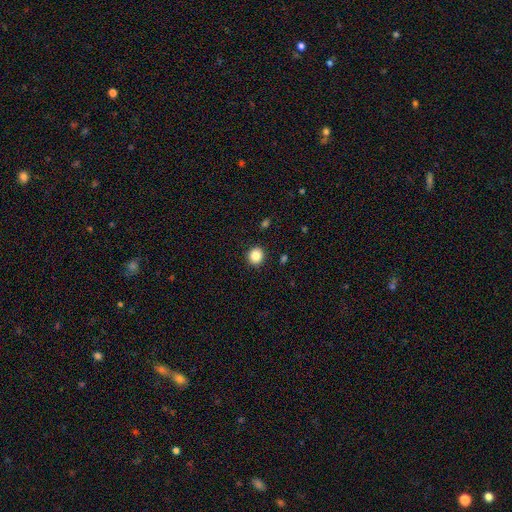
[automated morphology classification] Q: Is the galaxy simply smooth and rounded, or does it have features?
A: smooth — 85%.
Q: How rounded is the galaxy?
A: round — 88%.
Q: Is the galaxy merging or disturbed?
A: none — 92%.